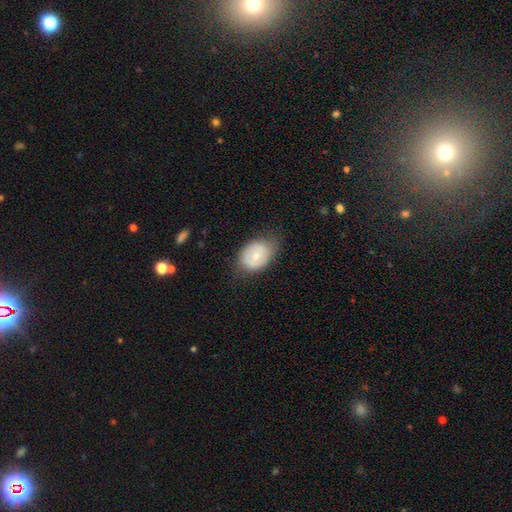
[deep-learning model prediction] A smooth galaxy with no disk features (65%) that is in between round and cigar-shaped (65%).

Vote fractions:
- Smooth or featured? smooth: 65% / featured or disk: 28% / star or artifact: 7%
- How rounded? in between: 65% / round: 34% / cigar-shaped: 1%
- Merging? none: 62% / minor disturbance: 28% / major disturbance: 9% / merger: 1%